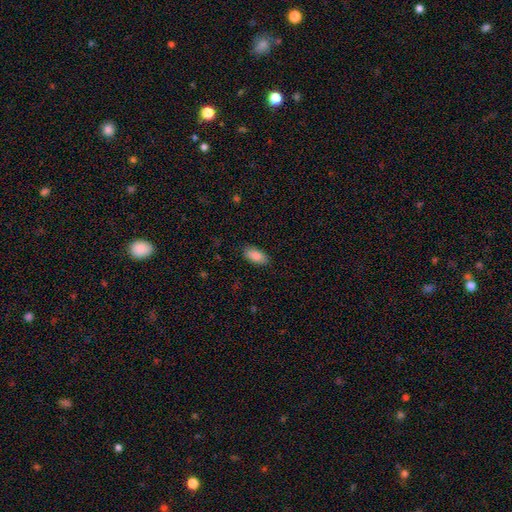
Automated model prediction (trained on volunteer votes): Smooth or featured: smooth — 89% (star or artifact — 7%)
How rounded: in between — 91% (cigar-shaped — 6%)
Merging: none — 86% (minor disturbance — 10%)